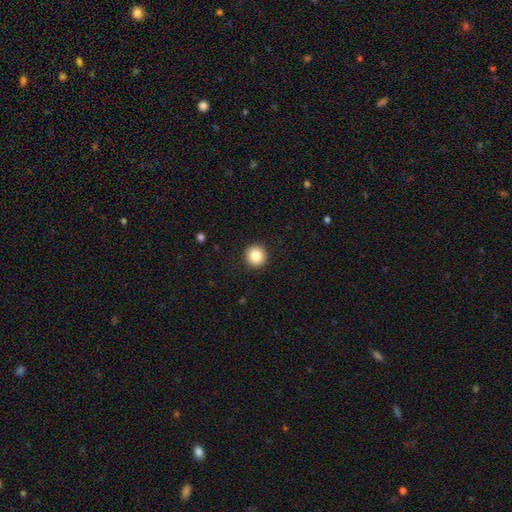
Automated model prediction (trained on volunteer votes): A smooth galaxy with no disk features (84%) that is round (94%). Merging: none (93%).